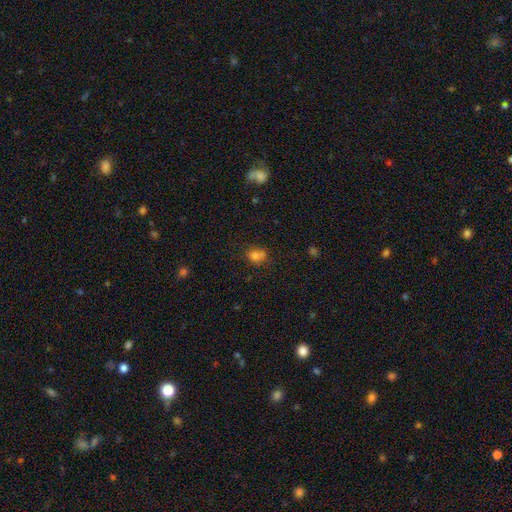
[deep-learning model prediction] smooth 72%, star or artifact 16%, featured or disk 12%. Down the decision tree: how rounded — round (66%); merging — none (47%).